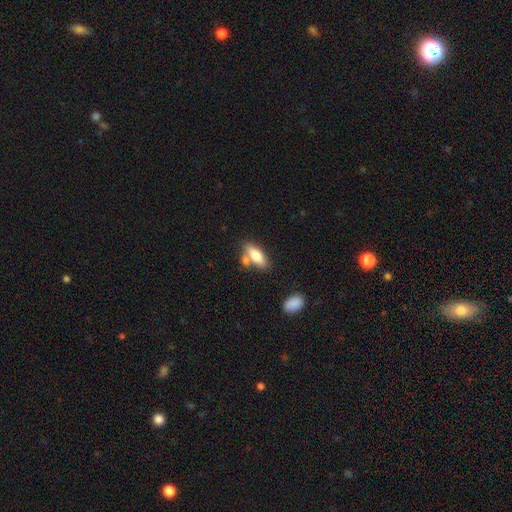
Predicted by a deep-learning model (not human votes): This appears to be a smooth galaxy with no disk features (74%) that is in between round and cigar-shaped (72%). Merging: none (58%).